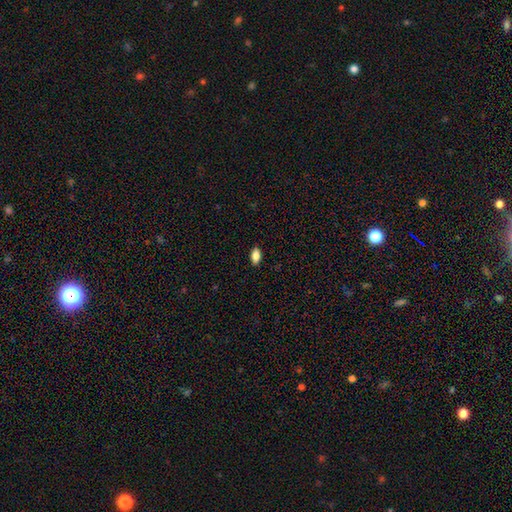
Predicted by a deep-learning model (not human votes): Overall: smooth (85%). How rounded: in between (91%). Merging: none (89%).